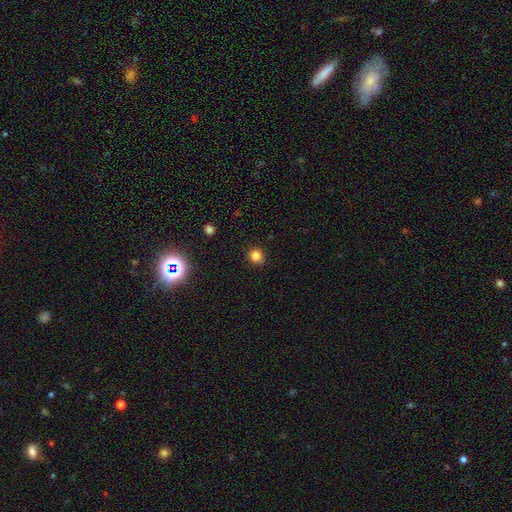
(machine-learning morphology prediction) smooth-or-featured: smooth: 82% | star or artifact: 14% | featured or disk: 4%
  how-rounded: round: 90% | in between: 9% | cigar-shaped: 1%
  merging: none: 89% | minor disturbance: 7% | major disturbance: 2% | merger: 1%